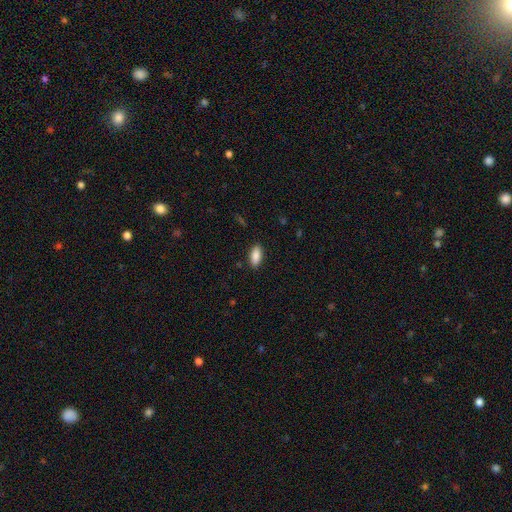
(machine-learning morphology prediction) Q: Smooth or featured?
A: smooth (88%); runner-up: star or artifact (7%)
Q: How rounded?
A: in between (85%); runner-up: cigar-shaped (13%)
Q: Merging?
A: none (89%); runner-up: minor disturbance (8%)